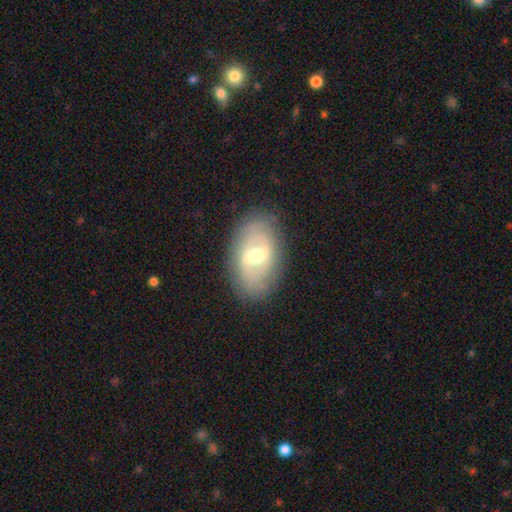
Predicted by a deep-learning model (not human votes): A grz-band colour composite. It shows a featured or disk galaxy (67%) with a weak bar (45%), no spiral arms (51%) and a moderate central bulge (70%). Merging: none (81%).